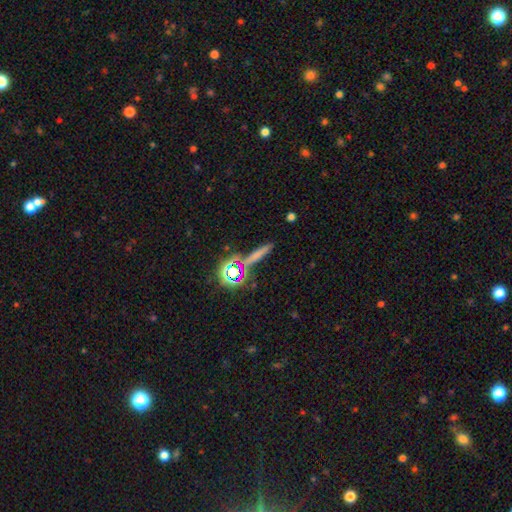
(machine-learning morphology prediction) smooth-or-featured: smooth: 55% | star or artifact: 27% | featured or disk: 19%
  how-rounded: cigar-shaped: 82% | round: 9% | in between: 9%
  merging: none: 76% | minor disturbance: 11% | merger: 9% | major disturbance: 4%